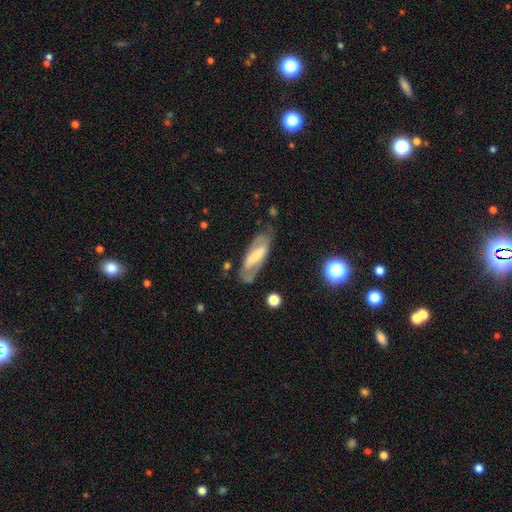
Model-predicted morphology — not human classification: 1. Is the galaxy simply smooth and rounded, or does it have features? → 64% featured or disk, 30% smooth, 6% star or artifact.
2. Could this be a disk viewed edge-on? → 83% no, 17% yes.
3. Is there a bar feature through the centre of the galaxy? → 60% strong, 26% weak, 15% no.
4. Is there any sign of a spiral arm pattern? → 59% yes, 41% no.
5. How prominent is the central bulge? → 37% small, 35% moderate, 14% large, 11% none, 2% dominant.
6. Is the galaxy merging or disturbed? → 68% none, 19% minor disturbance, 11% major disturbance, 3% merger.